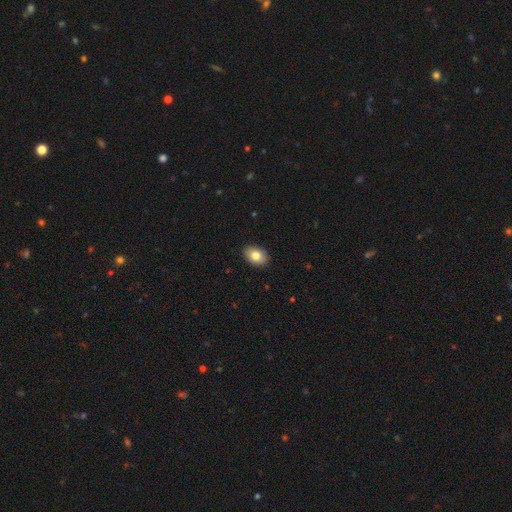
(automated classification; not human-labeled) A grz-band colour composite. It shows a smooth galaxy with no disk features (82%) that is in between round and cigar-shaped (84%). Merging: none (90%).